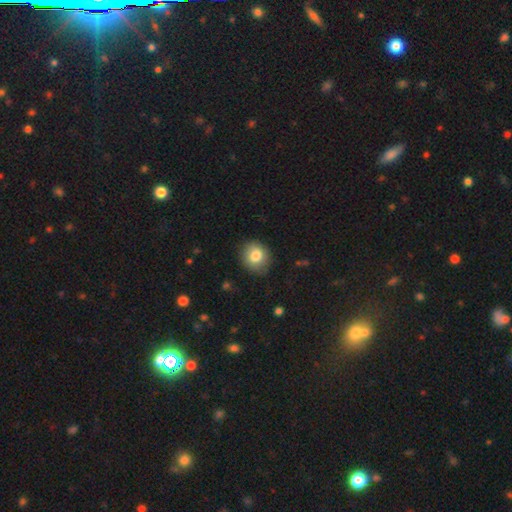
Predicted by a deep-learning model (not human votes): Smooth or featured? smooth (80%)
How rounded? round (73%)
Merging? none (83%)